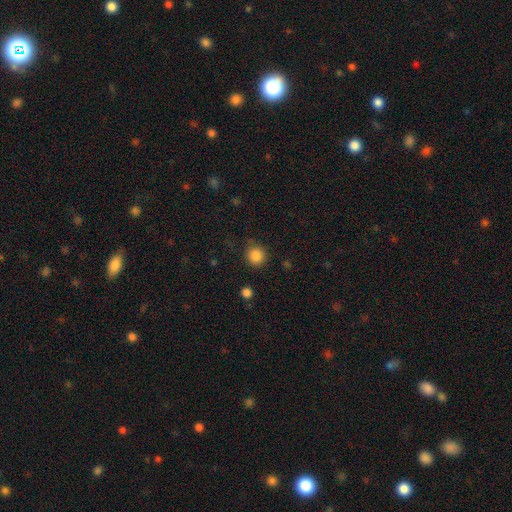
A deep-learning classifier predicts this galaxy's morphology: This is clearly a smooth galaxy (86%). How rounded: clearly round (91%). Merging: clearly none (85%).